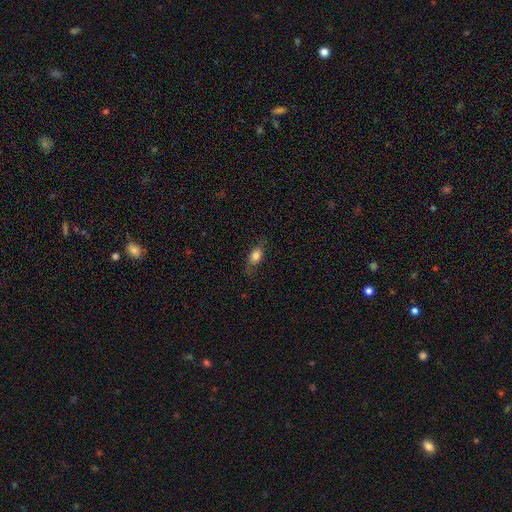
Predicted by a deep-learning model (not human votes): A smooth galaxy with no disk features (77%) that is in between round and cigar-shaped (77%). Merging: none (70%).